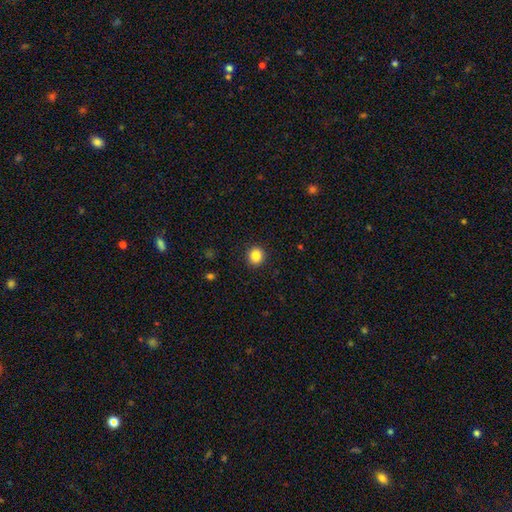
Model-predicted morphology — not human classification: A smooth galaxy with no disk features (86%) that is round (84%). Merging: none (91%).